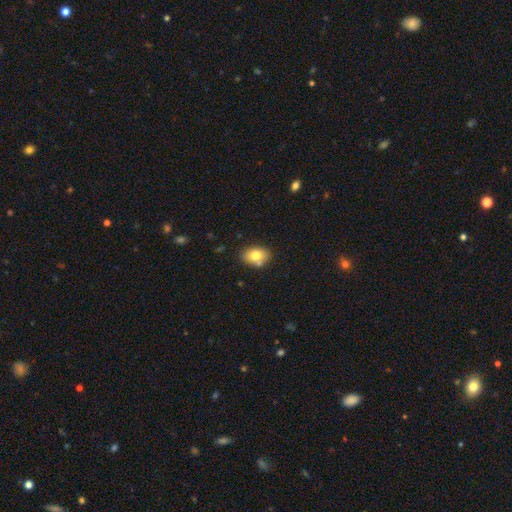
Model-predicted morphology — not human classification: A smooth galaxy with no disk features (79%) that is in between round and cigar-shaped (79%). Merging: none (75%).